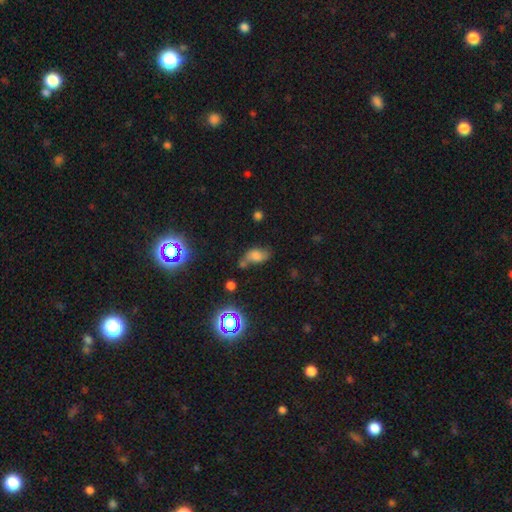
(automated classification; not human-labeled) The model was most divided on "merging": none: 44%, minor disturbance: 28%, merger: 16%, major disturbance: 12%. More confident: how rounded — in between (86%); smooth or featured — smooth (59%).